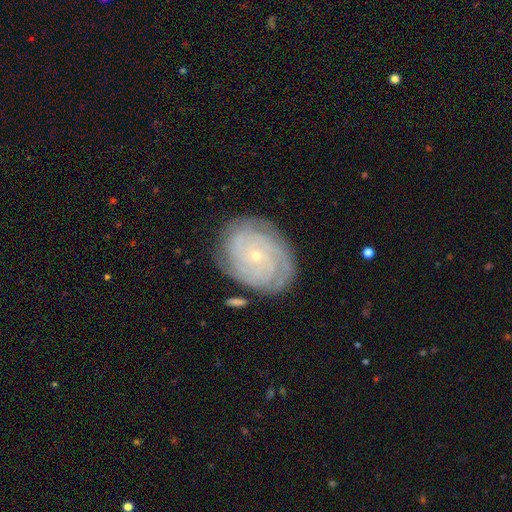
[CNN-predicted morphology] A featured or disk galaxy (83%) with no bar (83%), 4 (26%, tied with can't tell) tight (84%) spiral arms (96%) and a small central bulge (86%). Merging: none (81%).